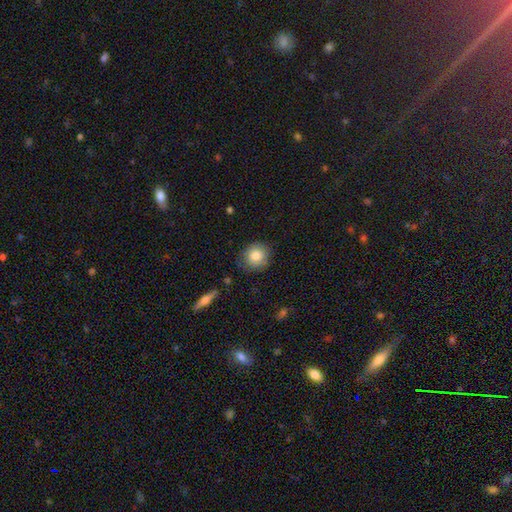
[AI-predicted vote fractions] smooth-or-featured: smooth: 82% | featured or disk: 9% | star or artifact: 8%
  how-rounded: round: 85% | in between: 14% | cigar-shaped: 1%
  merging: none: 82% | minor disturbance: 14% | major disturbance: 3% | merger: 2%